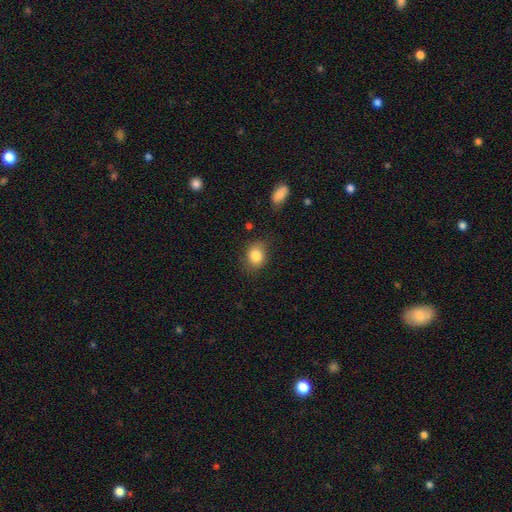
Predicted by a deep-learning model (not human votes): The model was most divided on "how rounded": in between: 50%, round: 49%, cigar-shaped: 1%. More confident: smooth or featured — smooth (84%); merging — none (78%).